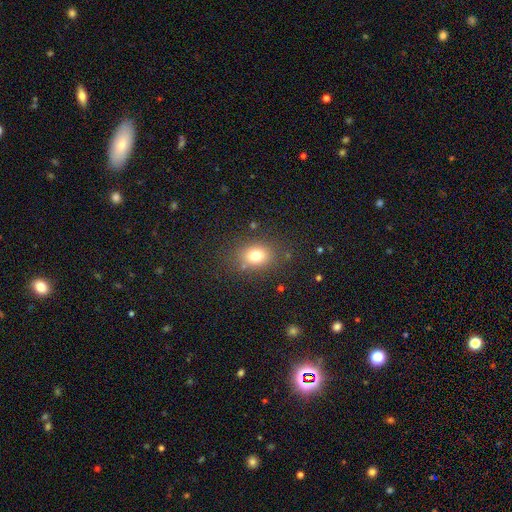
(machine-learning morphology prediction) smooth_or_featured: smooth (p=0.77) [alt: star or artifact p=0.13]
how_rounded: in between (p=0.54) [alt: round p=0.45]
merging: none (p=0.82) [alt: minor disturbance p=0.11]